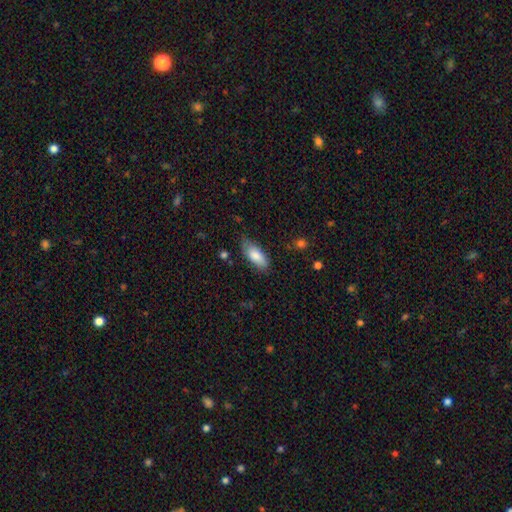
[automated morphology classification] A smooth galaxy with no disk features (83%) that is in between round and cigar-shaped (84%). Merging: none (70%).